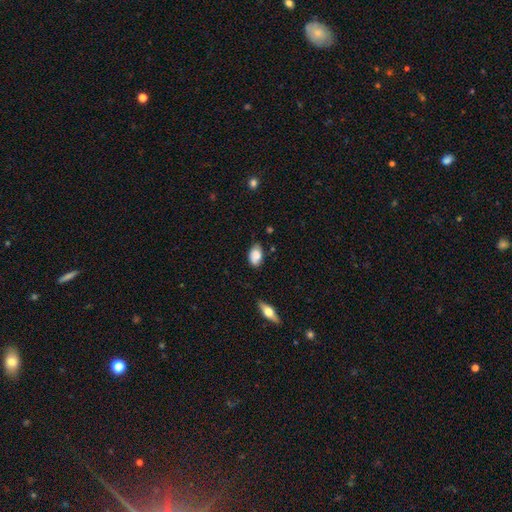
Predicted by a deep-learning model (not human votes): Smooth or featured?
  - smooth: 79% *
  - featured or disk: 13%
  - star or artifact: 7%
How rounded?
  - in between: 92% *
  - round: 6%
  - cigar-shaped: 2%
Merging?
  - none: 69% *
  - minor disturbance: 25%
  - major disturbance: 4%
  - merger: 2%